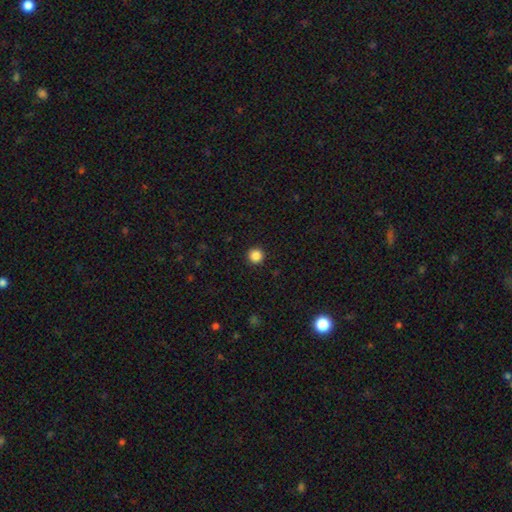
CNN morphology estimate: type=smooth (86%); roundness=round (96%); merging=none (93%).